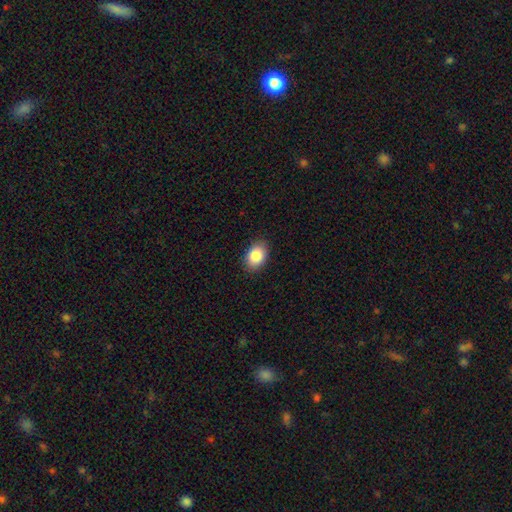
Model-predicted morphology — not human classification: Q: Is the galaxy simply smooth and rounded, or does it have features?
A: smooth — 86%.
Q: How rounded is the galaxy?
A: in between — 84%.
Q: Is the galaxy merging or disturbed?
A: none — 88%.